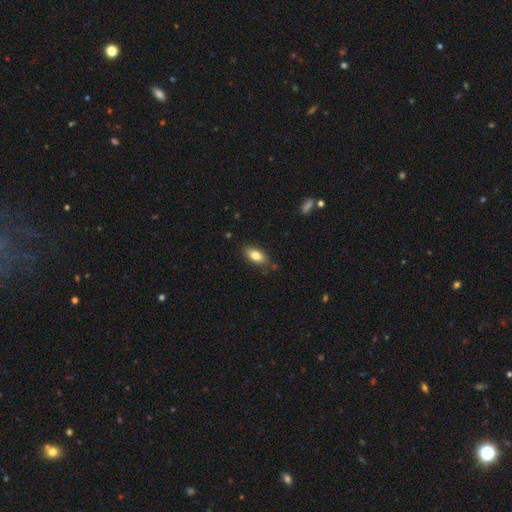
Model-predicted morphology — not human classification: A smooth galaxy with no disk features (82%) that is in between round and cigar-shaped (89%).

Vote fractions:
- Smooth or featured? smooth: 82% / featured or disk: 10% / star or artifact: 8%
- How rounded? in between: 89% / cigar-shaped: 6% / round: 4%
- Merging? none: 80% / minor disturbance: 15% / major disturbance: 3% / merger: 2%